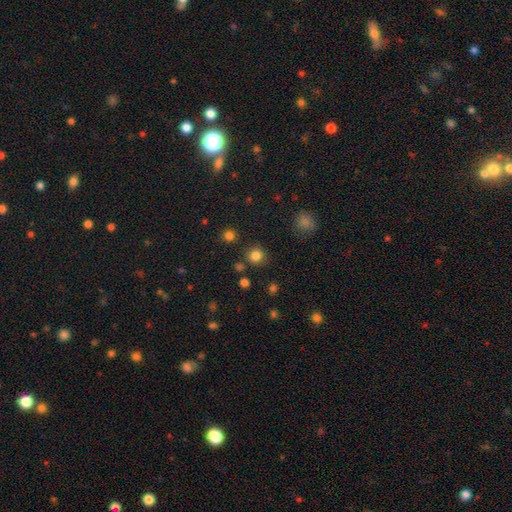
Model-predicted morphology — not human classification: type=smooth (82%); roundness=round (92%); merging=none (85%).